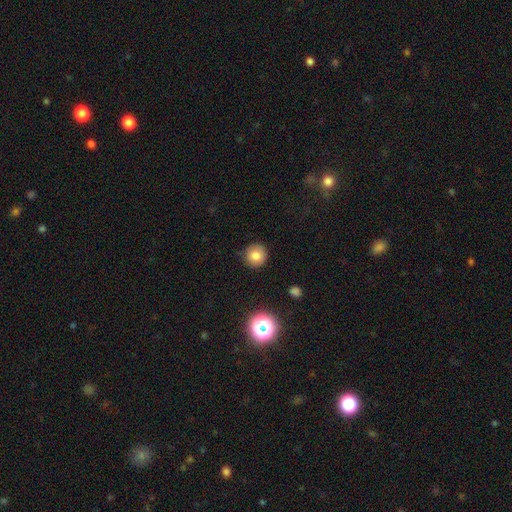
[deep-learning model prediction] A smooth galaxy with no disk features (79%) that is round (94%). Merging: none (88%).